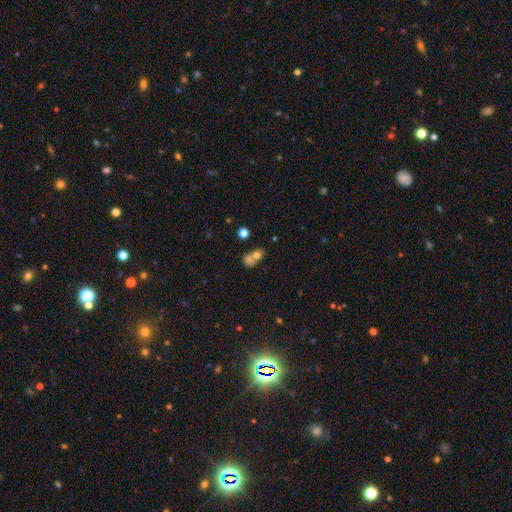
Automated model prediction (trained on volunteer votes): Smooth or featured? Predicted: smooth (p=0.69). How rounded? Predicted: round (p=0.60). Merging? Predicted: merger (p=0.61).